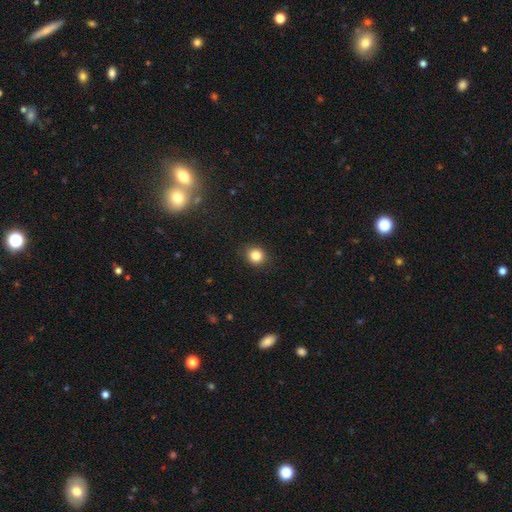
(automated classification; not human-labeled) Overall: smooth (85%). How rounded: round (83%). Merging: none (89%).